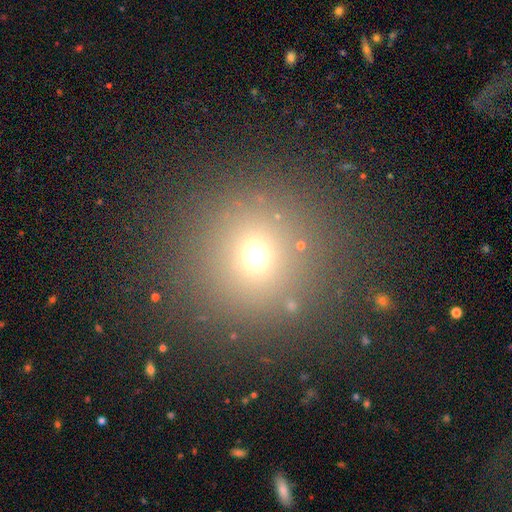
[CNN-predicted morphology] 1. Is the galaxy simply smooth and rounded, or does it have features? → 65% smooth, 27% star or artifact, 9% featured or disk.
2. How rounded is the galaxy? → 94% round, 5% in between, 1% cigar-shaped.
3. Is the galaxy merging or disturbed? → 86% none, 7% minor disturbance, 4% major disturbance, 3% merger.